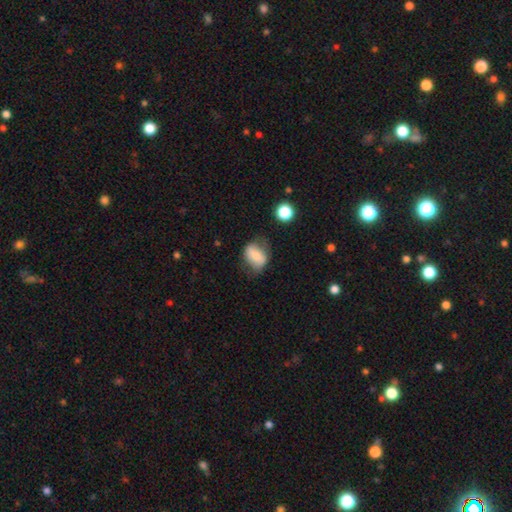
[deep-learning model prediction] Smooth or featured: smooth — 65% (featured or disk — 27%)
How rounded: in between — 67% (round — 31%)
Merging: none — 58% (minor disturbance — 27%)